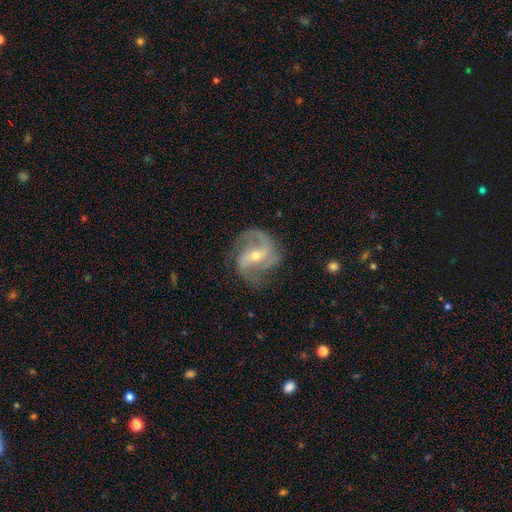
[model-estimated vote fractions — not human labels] featured or disk 89%, smooth 6%, star or artifact 5%. Down the decision tree: edge-on disk — no (97%); bar — weak (40%); spiral arms — yes (97%); spiral arm count — 2 (72%); spiral winding — medium (49%); bulge size — small (50%); merging — none (75%).